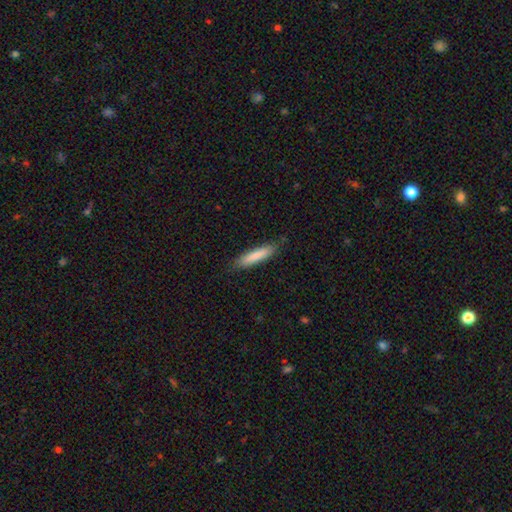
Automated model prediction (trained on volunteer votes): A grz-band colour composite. It shows a smooth galaxy with no disk features (84%) that is cigar-shaped (84%). Merging: none (86%).